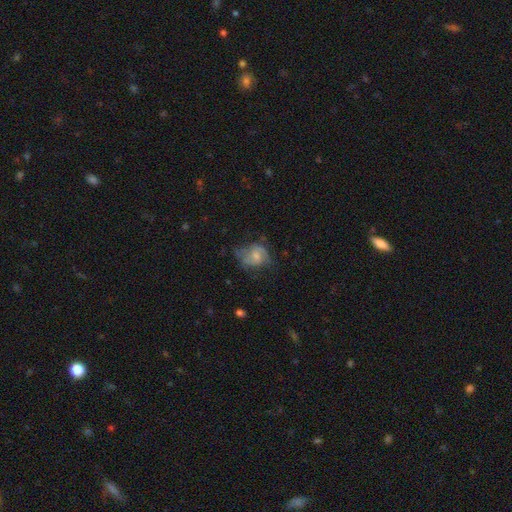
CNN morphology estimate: A featured or disk galaxy (54%) with no bar (52%), spiral arms (78%) and a small central bulge (46%).

Vote fractions:
- Smooth or featured? featured or disk: 54% / smooth: 37% / star or artifact: 8%
- Edge-on disk? no: 97% / yes: 3%
- Bar? no: 52% / weak: 40% / strong: 9%
- Spiral arms? yes: 78% / no: 22%
- Bulge size? small: 46% / moderate: 42% / none: 8% / large: 3% / dominant: 1%
- Merging? none: 47% / minor disturbance: 30% / major disturbance: 21% / merger: 2%